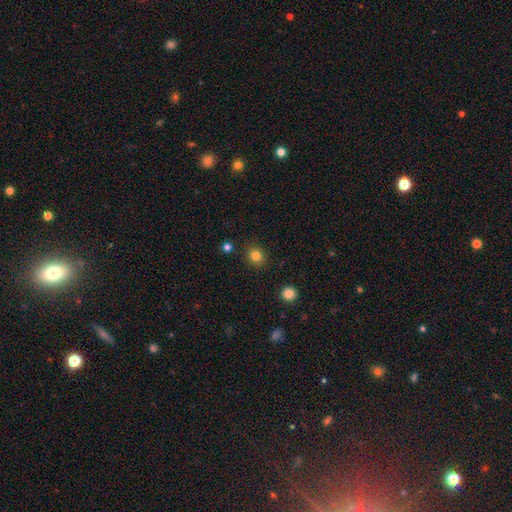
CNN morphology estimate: Smooth or featured: smooth — 82% (star or artifact — 12%)
How rounded: round — 75% (in between — 24%)
Merging: none — 89% (minor disturbance — 7%)